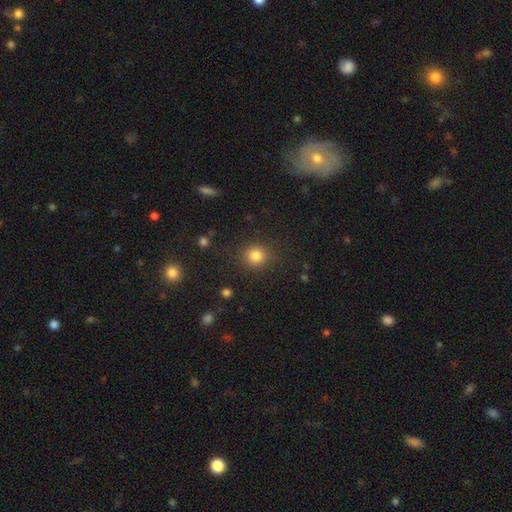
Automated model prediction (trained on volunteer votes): smooth 82%, star or artifact 13%, featured or disk 5%. Down the decision tree: how rounded — round (90%); merging — none (87%).